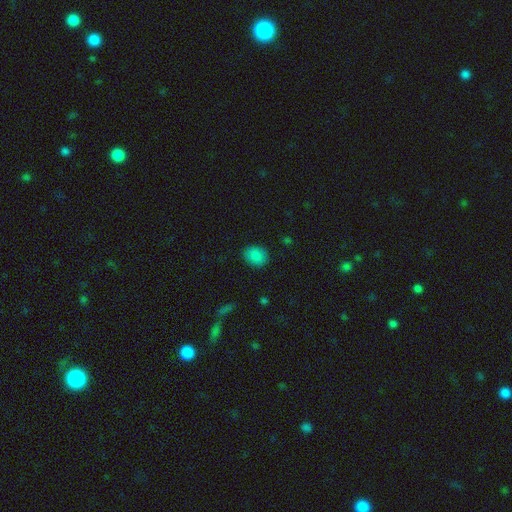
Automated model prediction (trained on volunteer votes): This appears to be a smooth galaxy with no disk features (86%) that is in between round and cigar-shaped (54%). Merging: none (85%).